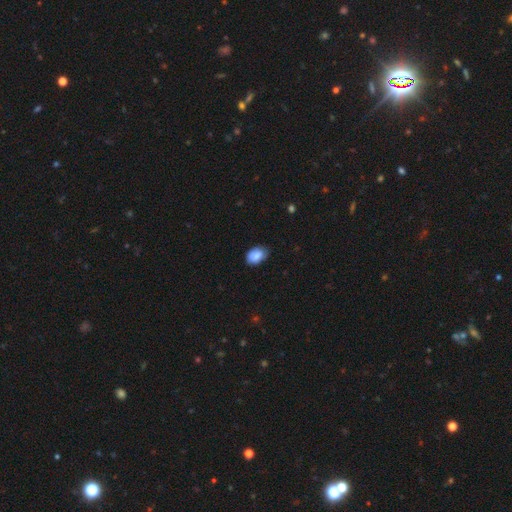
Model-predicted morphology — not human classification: A smooth galaxy with no disk features (86%) that is in between round and cigar-shaped (85%).

Vote fractions:
- Smooth or featured? smooth: 86% / featured or disk: 7% / star or artifact: 7%
- How rounded? in between: 85% / round: 14% / cigar-shaped: 1%
- Merging? none: 71% / minor disturbance: 25% / major disturbance: 3% / merger: 1%